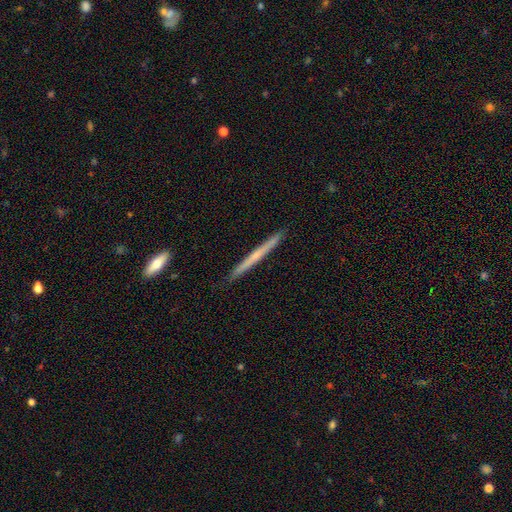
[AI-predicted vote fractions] A featured or disk galaxy (55%) viewed edge-on (98%) with no central bulge (69%).

Vote fractions:
- Smooth or featured? featured or disk: 55% / smooth: 39% / star or artifact: 6%
- Edge-on disk? yes: 98% / no: 2%
- Edge-on bulge? none: 69% / rounded: 27% / boxy: 4%
- Merging? none: 91% / minor disturbance: 7% / major disturbance: 1% / merger: 1%